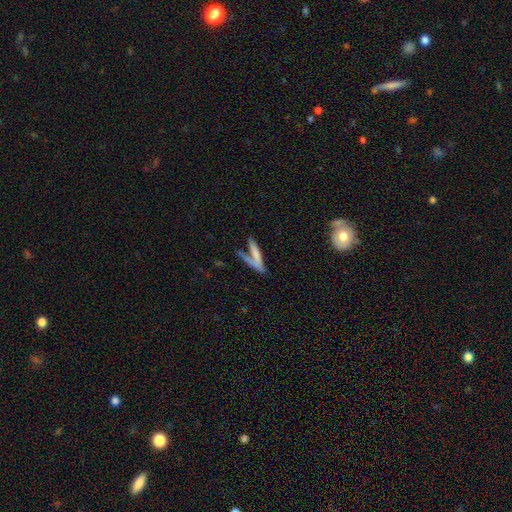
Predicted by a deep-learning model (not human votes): Morphology: type=smooth (62%); roundness=cigar-shaped (82%); merging=none (38%).